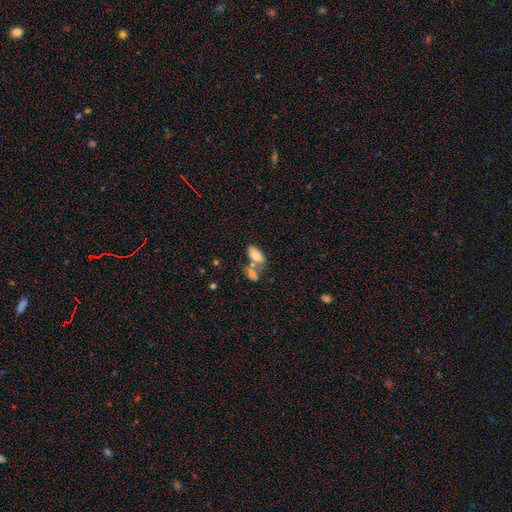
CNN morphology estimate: type=smooth (79%); roundness=in between (91%); merging=merger (46%).